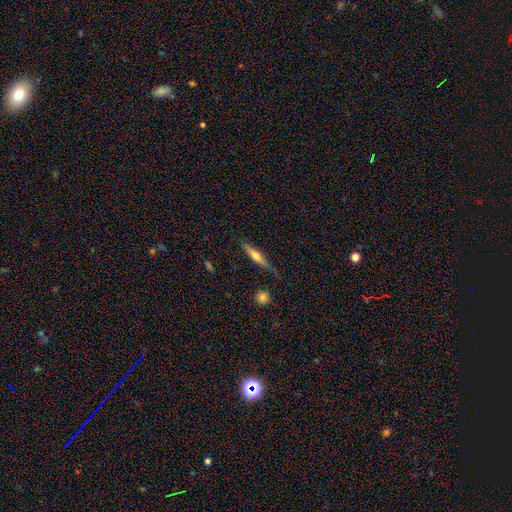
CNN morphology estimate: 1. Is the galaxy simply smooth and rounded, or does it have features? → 48% smooth, 45% featured or disk, 7% star or artifact.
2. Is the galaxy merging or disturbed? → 72% none, 20% minor disturbance, 5% major disturbance, 3% merger.